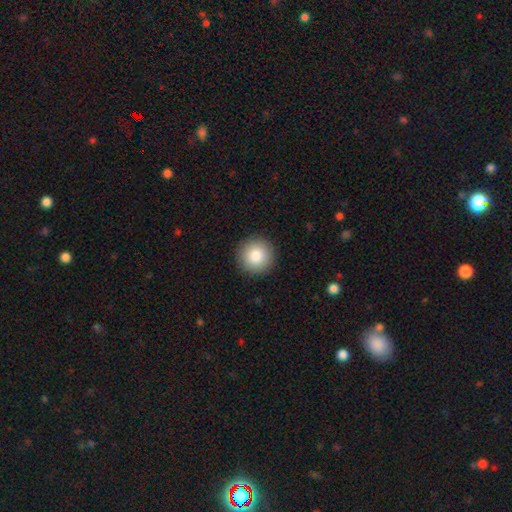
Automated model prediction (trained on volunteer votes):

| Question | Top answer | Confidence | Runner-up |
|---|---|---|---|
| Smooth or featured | smooth | 84% | star or artifact (9%) |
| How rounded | round | 96% | in between (3%) |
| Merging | none | 93% | minor disturbance (5%) |